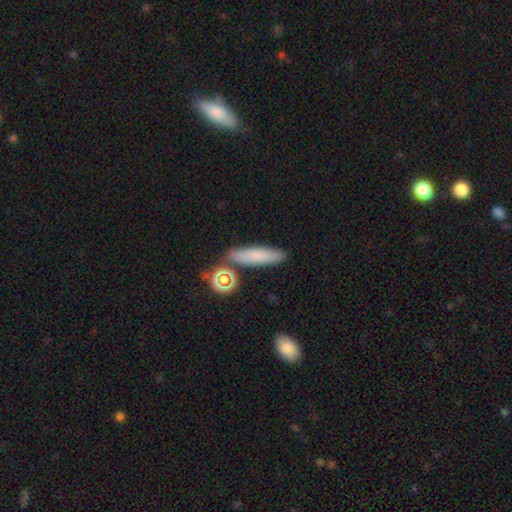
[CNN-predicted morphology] Smooth or featured: smooth — 75% (featured or disk — 14%)
How rounded: cigar-shaped — 73% (in between — 23%)
Merging: none — 82% (minor disturbance — 10%)